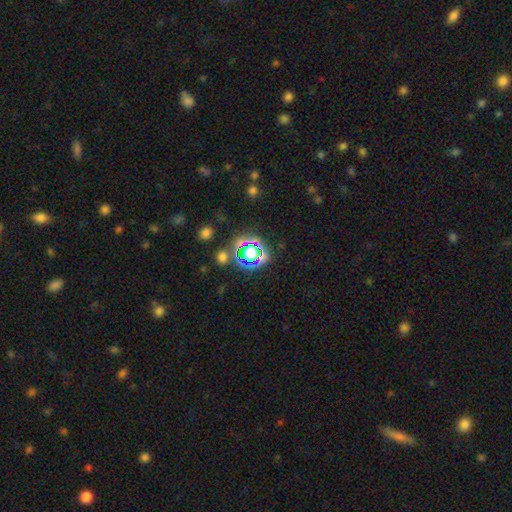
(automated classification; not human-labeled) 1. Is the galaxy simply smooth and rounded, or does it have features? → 58% star or artifact, 31% smooth, 12% featured or disk.